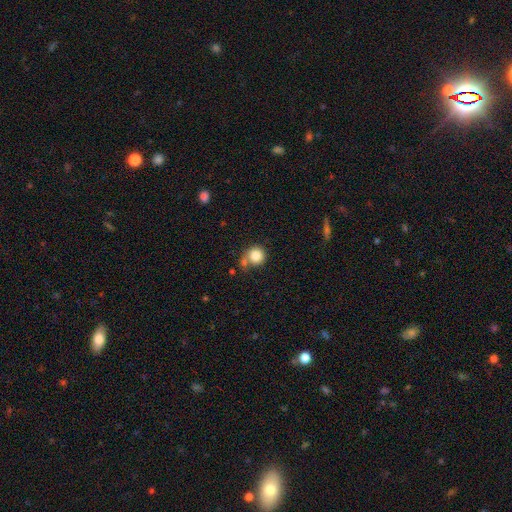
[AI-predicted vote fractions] Overall: smooth (83%). How rounded: round (91%). Merging: none (59%; merger 22%).